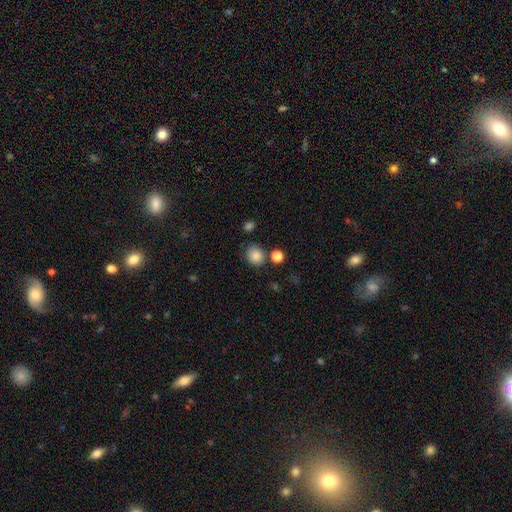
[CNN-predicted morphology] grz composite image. It shows a smooth galaxy with no disk features (85%) that is round (74%). Merging: none (74%).